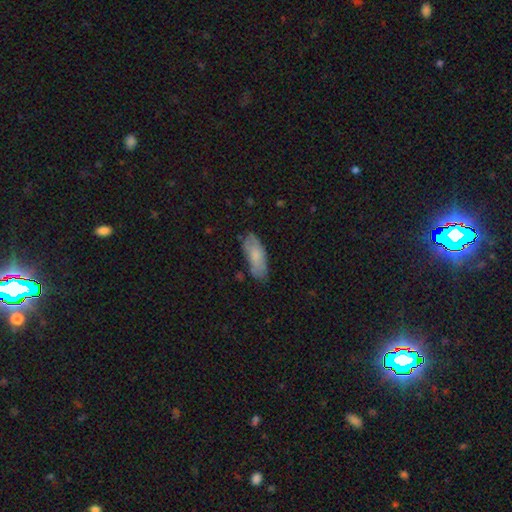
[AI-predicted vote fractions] Morphology: type=smooth (68%); roundness=in between (77%); merging=none (69%).